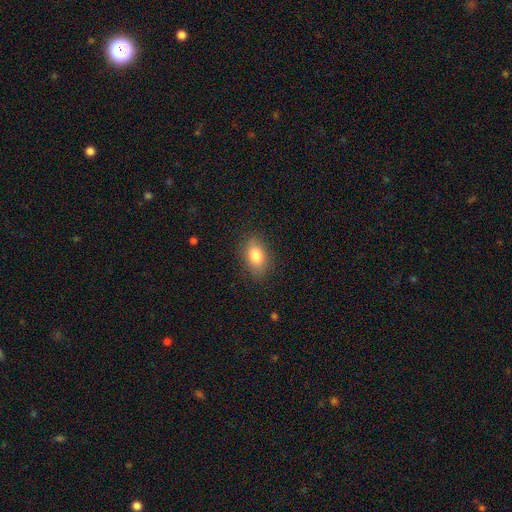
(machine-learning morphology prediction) Overall: smooth (82%). How rounded: in between (86%). Merging: none (84%).